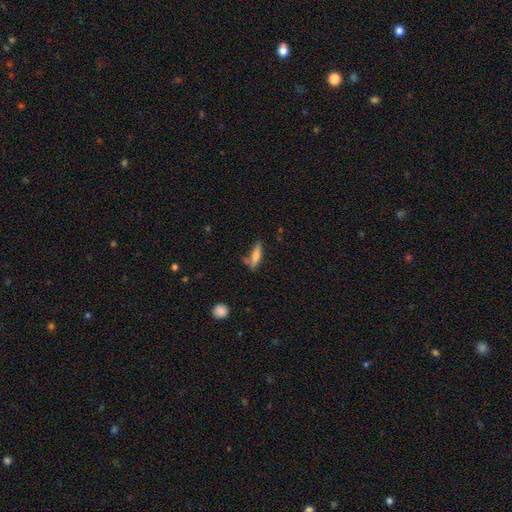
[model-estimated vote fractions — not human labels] Q: Smooth or featured?
A: smooth (71%); runner-up: featured or disk (22%)
Q: How rounded?
A: cigar-shaped (63%); runner-up: in between (35%)
Q: Merging?
A: none (64%); runner-up: minor disturbance (20%)